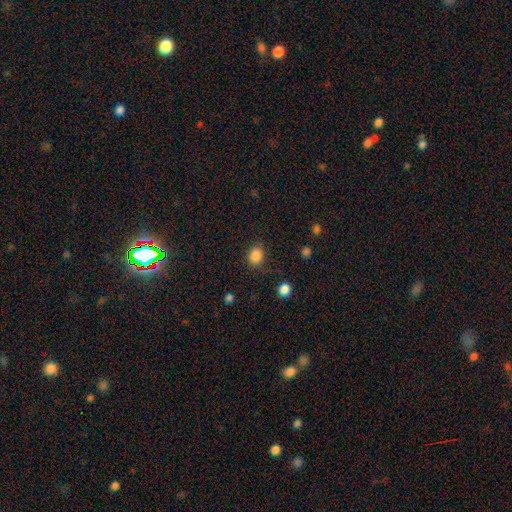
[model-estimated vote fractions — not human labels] Smooth or featured? Predicted: smooth (p=0.86). How rounded? Predicted: round (p=0.56). Merging? Predicted: none (p=0.79).